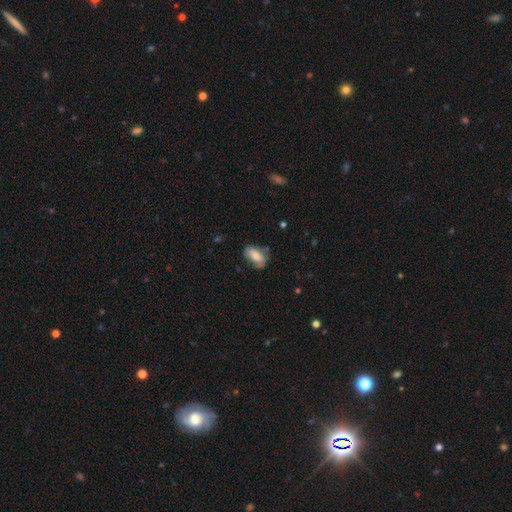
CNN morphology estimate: type=smooth (68%); roundness=in between (89%); merging=none (62%).